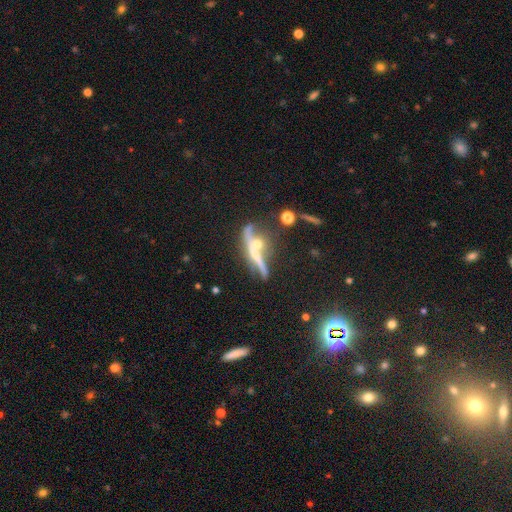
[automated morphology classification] Overall: featured or disk (60%; smooth 29%). Edge-on disk: yes (73%). Merging: none (44%; merger 29%).